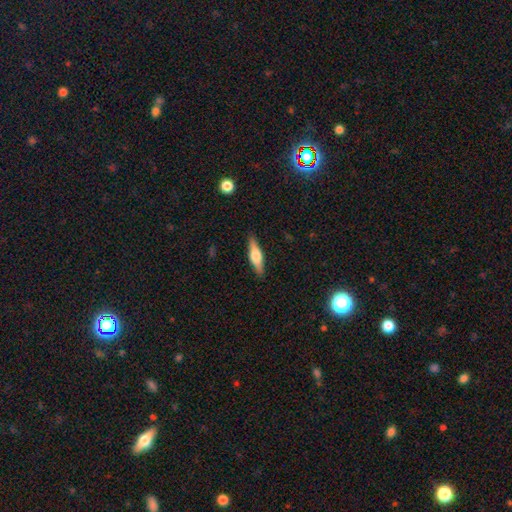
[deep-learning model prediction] A featured or disk galaxy (51%) viewed edge-on (95%).

Vote fractions:
- Smooth or featured? featured or disk: 51% / smooth: 43% / star or artifact: 6%
- Edge-on disk? yes: 95% / no: 5%
- Merging? none: 88% / minor disturbance: 9% / major disturbance: 2% / merger: 1%